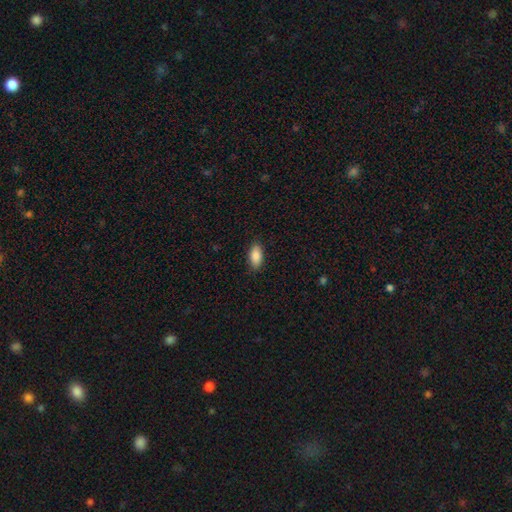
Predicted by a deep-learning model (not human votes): This appears to be a smooth galaxy with no disk features (88%) that is in between round and cigar-shaped (92%). Merging: none (88%).